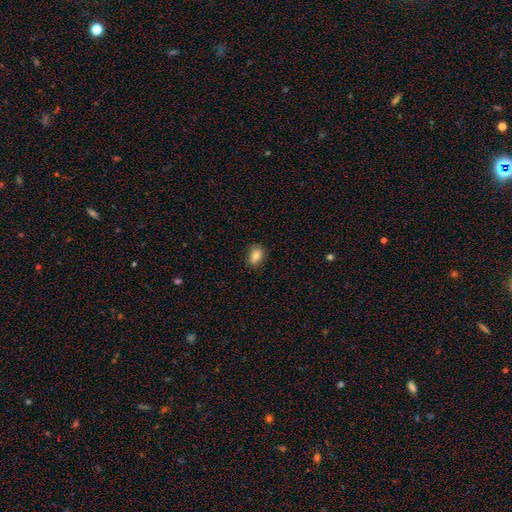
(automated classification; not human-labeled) Q: Smooth or featured?
A: smooth (82%); runner-up: featured or disk (9%)
Q: How rounded?
A: in between (75%); runner-up: round (23%)
Q: Merging?
A: none (84%); runner-up: minor disturbance (13%)